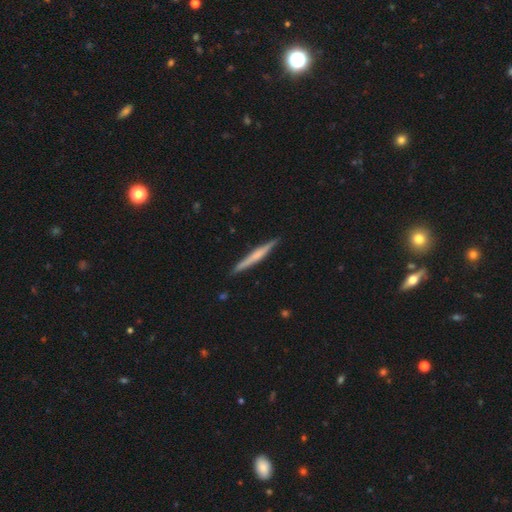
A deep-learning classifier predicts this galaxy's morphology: type=featured or disk (52%); edge-on=yes (98%); edge-on bulge=none (51%); merging=none (91%).